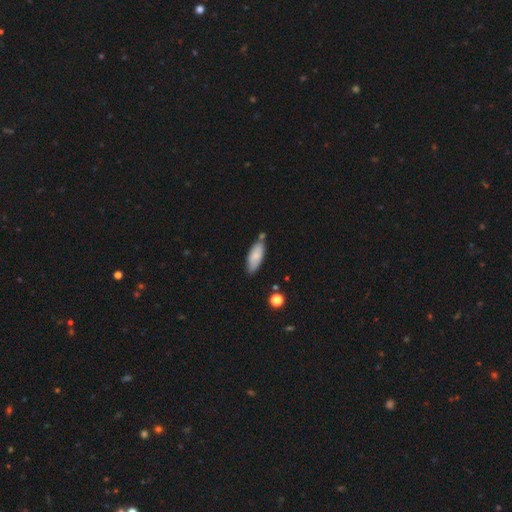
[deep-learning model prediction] smooth_or_featured: smooth (p=0.77) [alt: featured or disk p=0.17]
how_rounded: in between (p=0.72) [alt: cigar-shaped p=0.26]
merging: none (p=0.67) [alt: minor disturbance p=0.19]